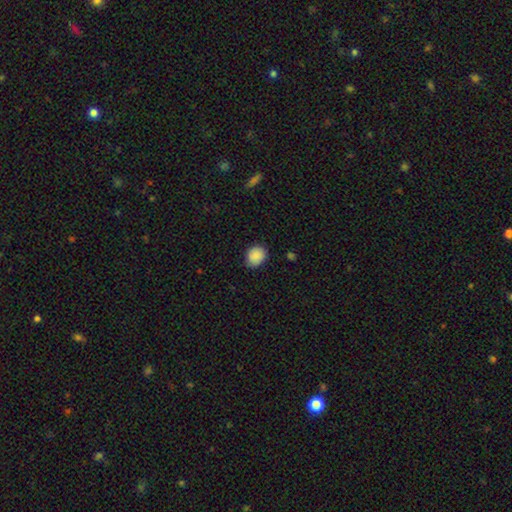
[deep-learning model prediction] smooth 88%, star or artifact 8%, featured or disk 4%. Down the decision tree: how rounded — round (70%); merging — none (80%).